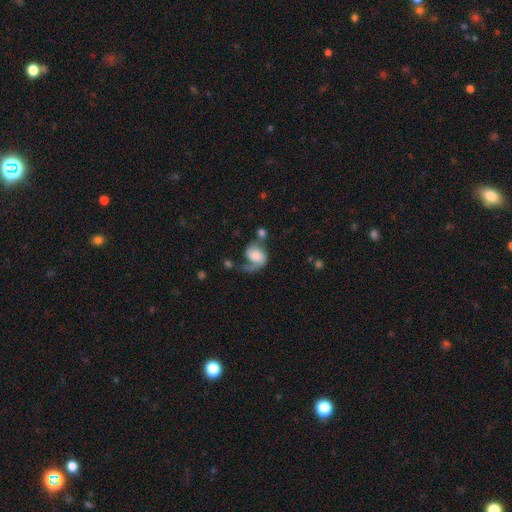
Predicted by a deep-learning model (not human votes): The model was most divided on "merging": major disturbance: 34%, none: 29%, minor disturbance: 19%, merger: 18%. Remaining: smooth or featured — featured or disk (50%).